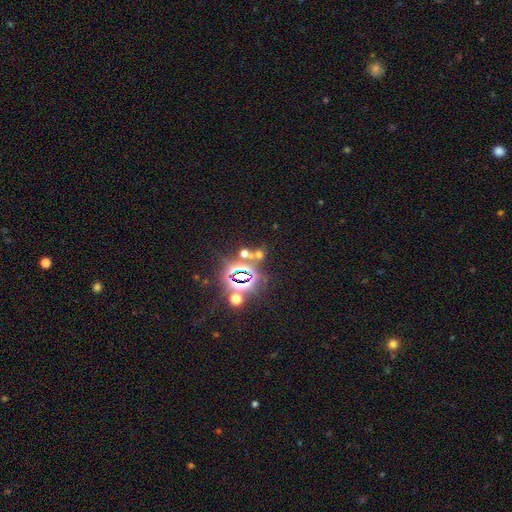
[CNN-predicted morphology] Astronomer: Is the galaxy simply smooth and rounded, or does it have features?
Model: star or artifact — 78%.